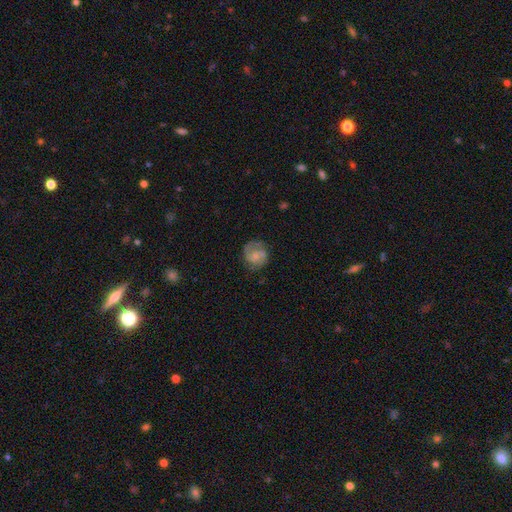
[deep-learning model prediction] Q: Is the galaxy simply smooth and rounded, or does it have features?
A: featured or disk — 67%.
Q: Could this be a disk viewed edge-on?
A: no — 98%.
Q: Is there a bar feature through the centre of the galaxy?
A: no — 69%.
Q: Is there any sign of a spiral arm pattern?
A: yes — 91%.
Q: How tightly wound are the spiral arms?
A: medium — 44%.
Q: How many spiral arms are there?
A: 2 — 73%.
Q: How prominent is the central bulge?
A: small — 59%.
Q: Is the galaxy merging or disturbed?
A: none — 69%.